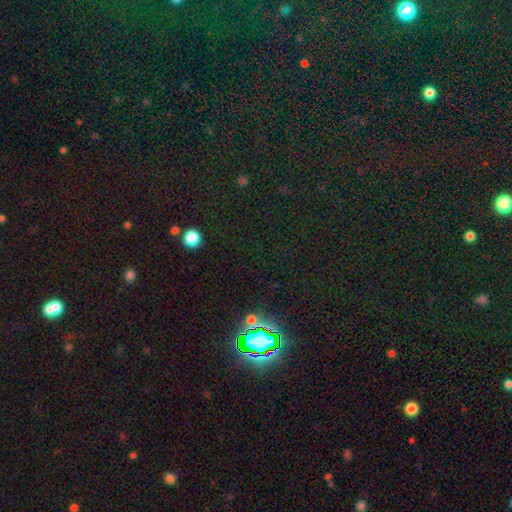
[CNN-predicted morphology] Overall: star or artifact (79%).